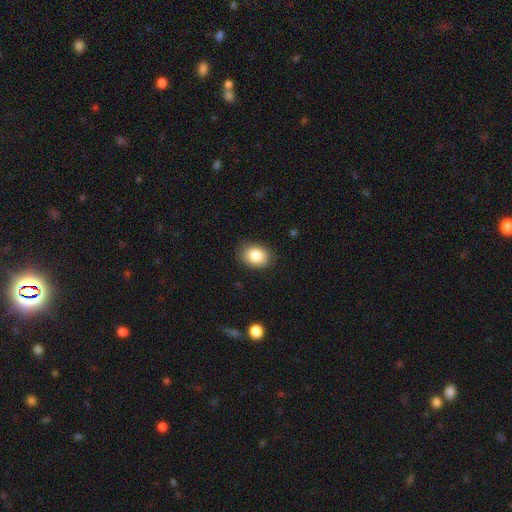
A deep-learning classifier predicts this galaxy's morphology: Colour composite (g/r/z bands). It shows a smooth galaxy with no disk features (85%) that is in between round and cigar-shaped (69%). Merging: none (86%).